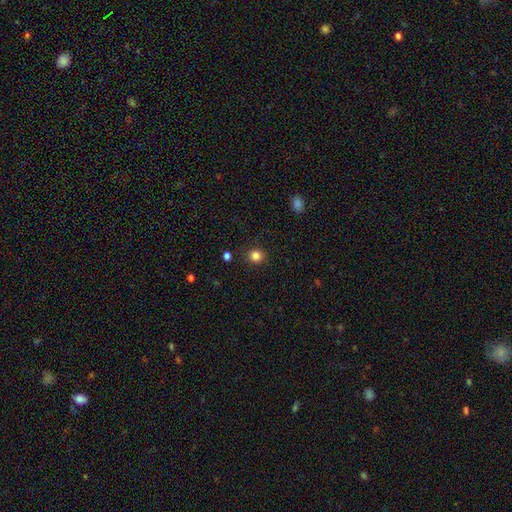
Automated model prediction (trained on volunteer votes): This appears to be a smooth galaxy with no disk features (83%) that is round (87%). Merging: none (88%).